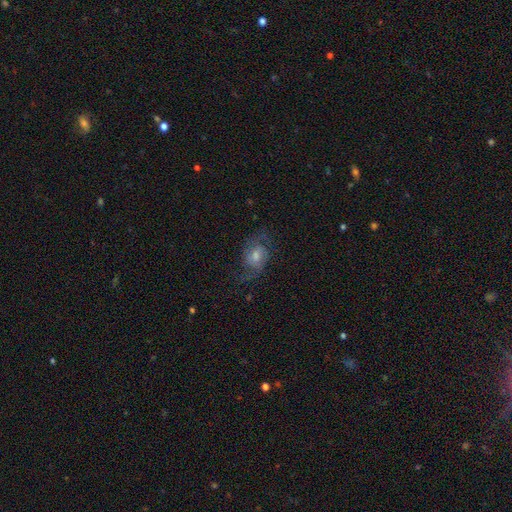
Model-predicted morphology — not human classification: Smooth or featured: featured or disk — 72% (smooth — 17%)
Edge-on disk: no — 97% (yes — 3%)
Bar: no — 57% (weak — 37%)
Spiral arms: yes — 93% (no — 7%)
Spiral winding: medium — 48% (loose — 34%)
Spiral arm count: 2 — 84% (can't tell — 8%)
Bulge size: moderate — 52% (small — 32%)
Merging: none — 69% (minor disturbance — 17%)